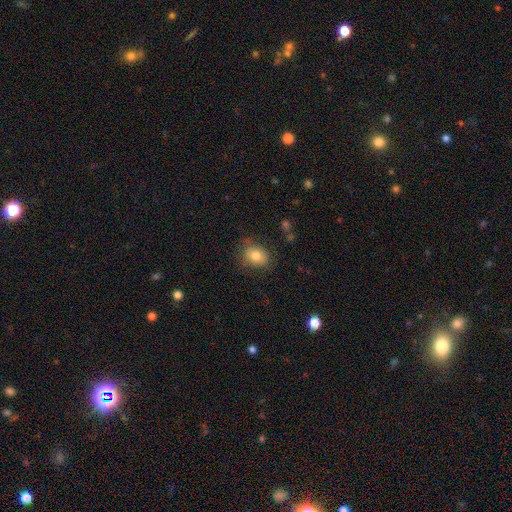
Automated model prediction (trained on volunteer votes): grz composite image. It shows a smooth galaxy with no disk features (78%) that is round (51%). Merging: none (76%).